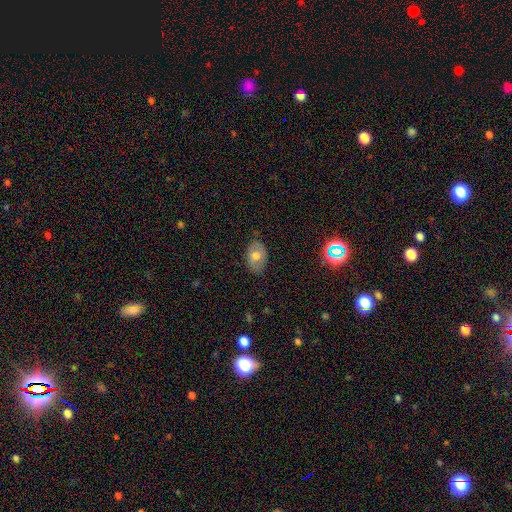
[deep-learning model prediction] Morphology: type=smooth (65%); roundness=in between (86%); merging=none (77%).